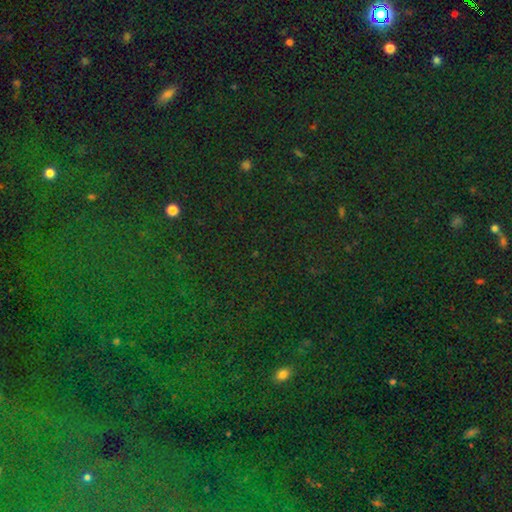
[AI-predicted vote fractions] Overall: star or artifact (81%).